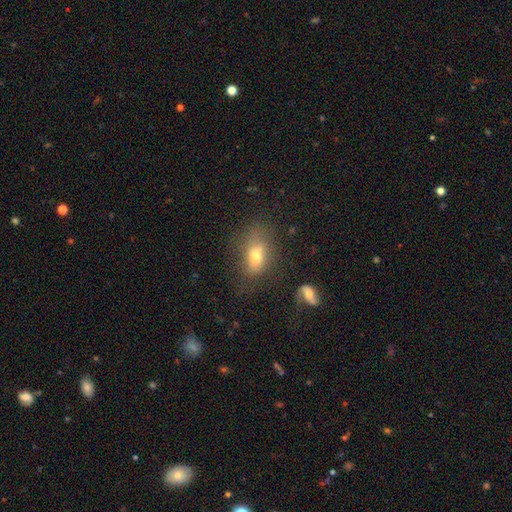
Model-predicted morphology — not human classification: Smooth or featured: smooth — 67% (featured or disk — 20%)
How rounded: in between — 81% (round — 15%)
Merging: none — 54% (minor disturbance — 22%)